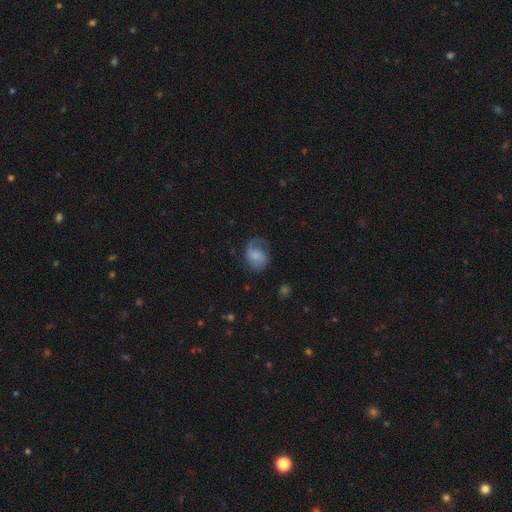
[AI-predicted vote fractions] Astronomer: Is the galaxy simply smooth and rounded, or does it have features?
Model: featured or disk — 56% (runner-up: smooth, 36%).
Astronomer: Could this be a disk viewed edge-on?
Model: no — 97%.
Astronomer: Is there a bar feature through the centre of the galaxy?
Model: no — 58% (runner-up: weak, 35%).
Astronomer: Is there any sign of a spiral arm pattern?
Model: yes — 90%.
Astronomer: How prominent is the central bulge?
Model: none — 31% (runner-up: small, 27%).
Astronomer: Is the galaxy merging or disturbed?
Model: none — 58%.